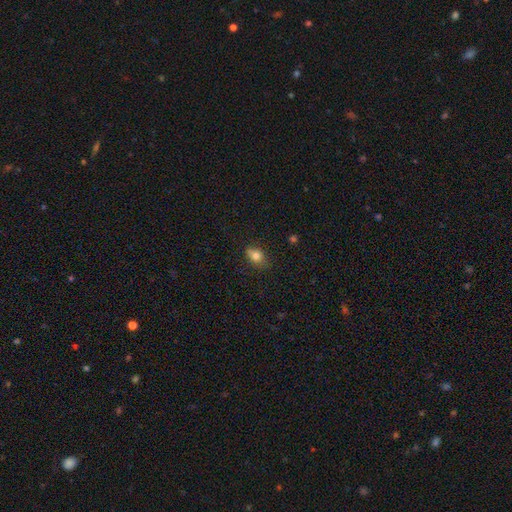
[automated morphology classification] smooth-or-featured: smooth: 80% | star or artifact: 10% | featured or disk: 9%
  how-rounded: in between: 70% | round: 27% | cigar-shaped: 3%
  merging: none: 67% | minor disturbance: 25% | major disturbance: 5% | merger: 4%